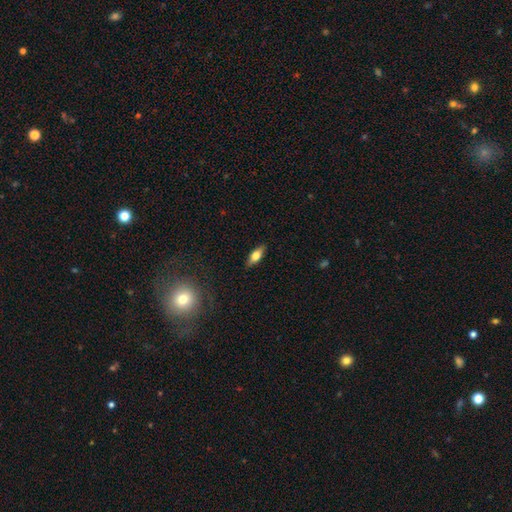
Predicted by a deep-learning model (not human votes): Morphology: type=smooth (58%); roundness=in between (66%); merging=none (88%).